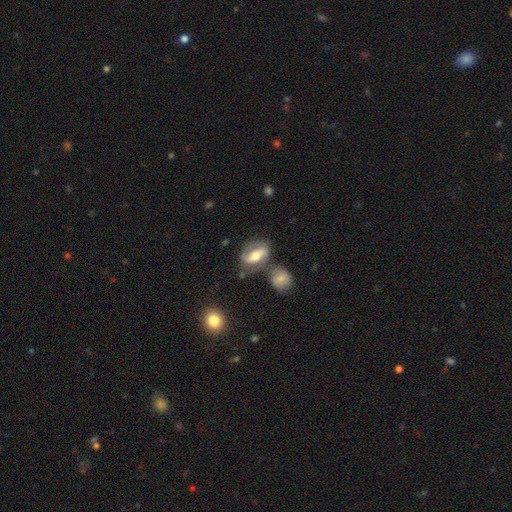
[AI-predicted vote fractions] A featured or disk galaxy (59%) with a strong bar (42%), spiral arms (78%) and a moderate central bulge (68%).

Vote fractions:
- Smooth or featured? featured or disk: 59% / smooth: 33% / star or artifact: 8%
- Edge-on disk? no: 91% / yes: 9%
- Bar? strong: 42% / weak: 33% / no: 24%
- Spiral arms? yes: 78% / no: 22%
- Bulge size? moderate: 68% / small: 16% / large: 12% / none: 2% / dominant: 2%
- Merging? none: 55% / merger: 19% / minor disturbance: 17% / major disturbance: 9%